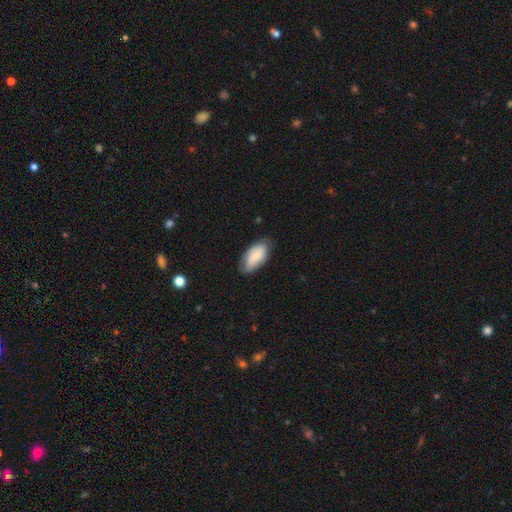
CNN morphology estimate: type=smooth (65%); roundness=in between (93%); merging=none (68%).